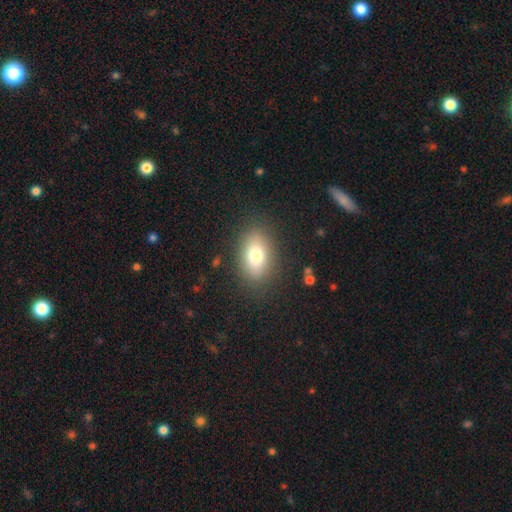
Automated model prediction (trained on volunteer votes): This is likely a smooth galaxy (76%). How rounded: clearly in between (84%). Merging: clearly none (84%).